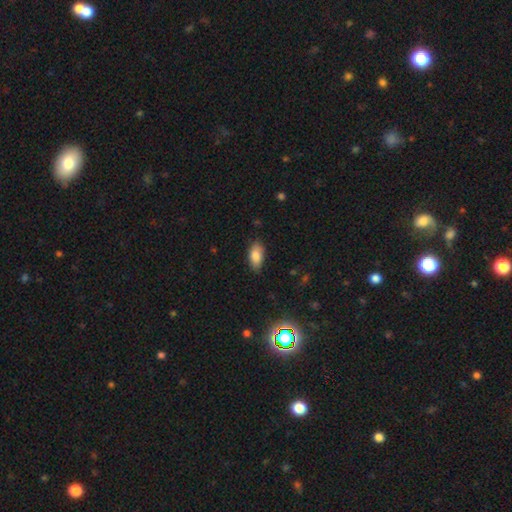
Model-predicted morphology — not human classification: Q: Smooth or featured?
A: smooth (84%); runner-up: star or artifact (8%)
Q: How rounded?
A: in between (91%); runner-up: cigar-shaped (6%)
Q: Merging?
A: none (81%); runner-up: minor disturbance (16%)